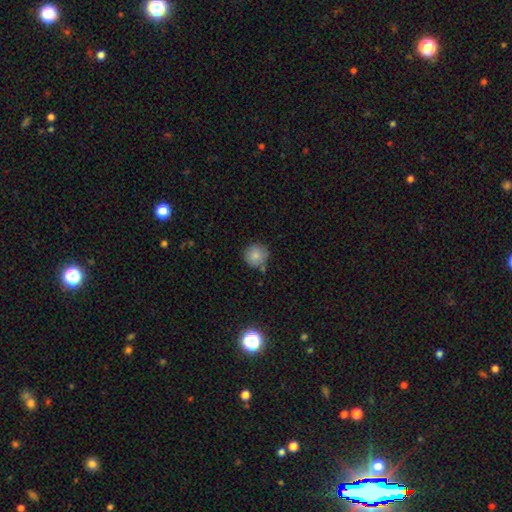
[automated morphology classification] This appears to be a smooth galaxy with no disk features (84%) that is round (94%). Merging: none (75%).